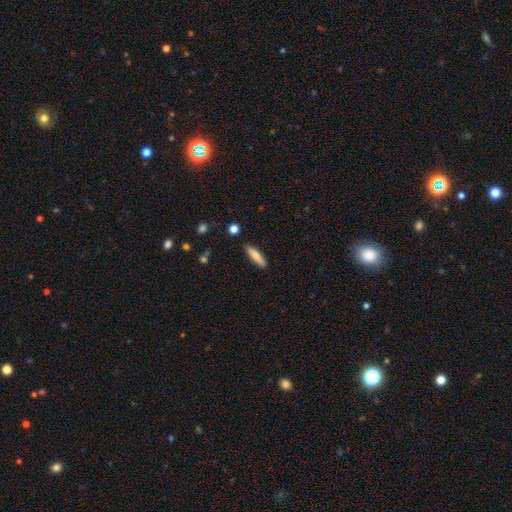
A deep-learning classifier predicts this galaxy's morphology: Smooth or featured? Predicted: smooth (p=0.76). How rounded? Predicted: cigar-shaped (p=0.77). Merging? Predicted: none (p=0.88).